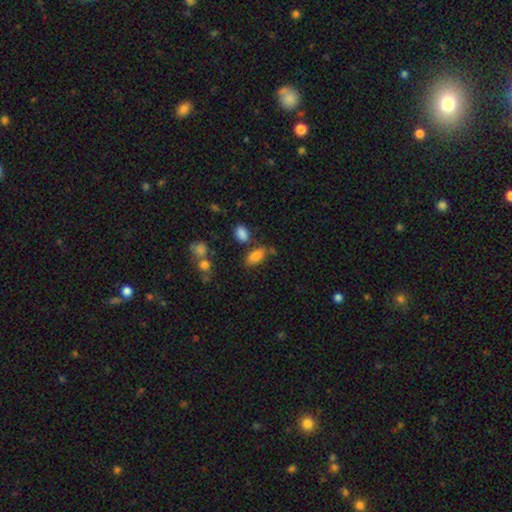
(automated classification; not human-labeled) smooth-or-featured: smooth: 84% | star or artifact: 9% | featured or disk: 6%
  how-rounded: in between: 91% | round: 5% | cigar-shaped: 4%
  merging: none: 62% | minor disturbance: 19% | merger: 13% | major disturbance: 6%